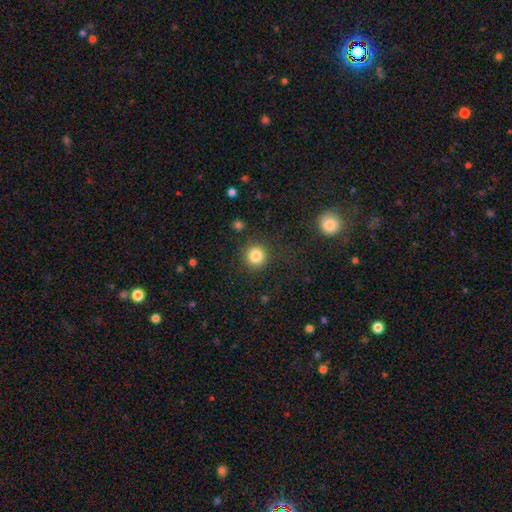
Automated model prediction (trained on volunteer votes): A smooth galaxy with no disk features (84%) that is round (93%).

Vote fractions:
- Smooth or featured? smooth: 84% / star or artifact: 11% / featured or disk: 5%
- How rounded? round: 93% / in between: 6% / cigar-shaped: 1%
- Merging? none: 88% / minor disturbance: 7% / major disturbance: 3% / merger: 2%